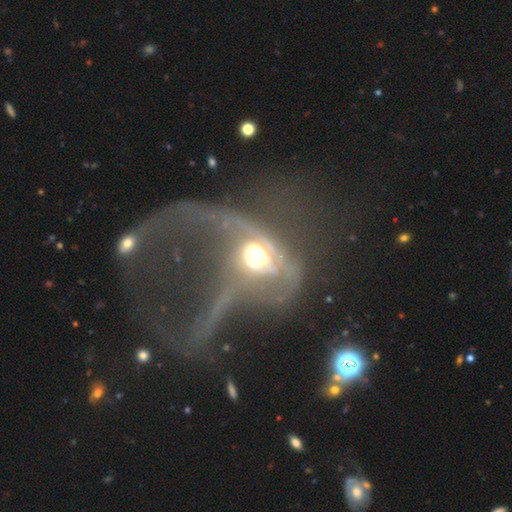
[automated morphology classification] Smooth or featured?
  - featured or disk: 65% *
  - smooth: 21%
  - star or artifact: 14%
Edge-on disk?
  - no: 83% *
  - yes: 17%
Bar?
  - no: 75% *
  - weak: 16%
  - strong: 9%
Spiral arms?
  - no: 52% *
  - yes: 48%
Bulge size?
  - large: 42% *
  - moderate: 40%
  - dominant: 11%
  - small: 4%
  - none: 2%
Merging?
  - major disturbance: 64% *
  - none: 16%
  - merger: 11%
  - minor disturbance: 10%